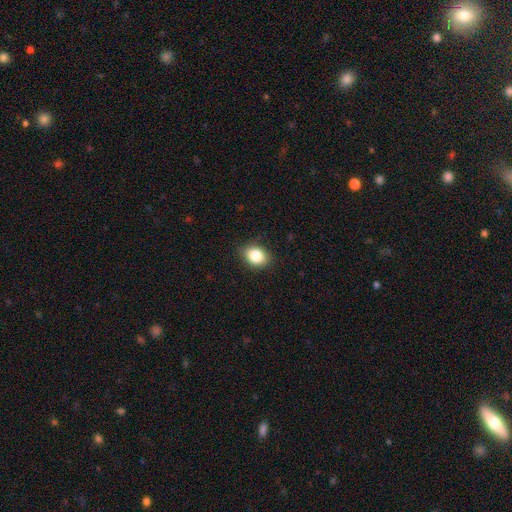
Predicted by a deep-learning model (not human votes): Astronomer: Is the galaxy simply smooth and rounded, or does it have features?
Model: smooth — 85%.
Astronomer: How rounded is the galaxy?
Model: in between — 62% (runner-up: round, 37%).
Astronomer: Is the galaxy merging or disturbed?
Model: none — 84%.